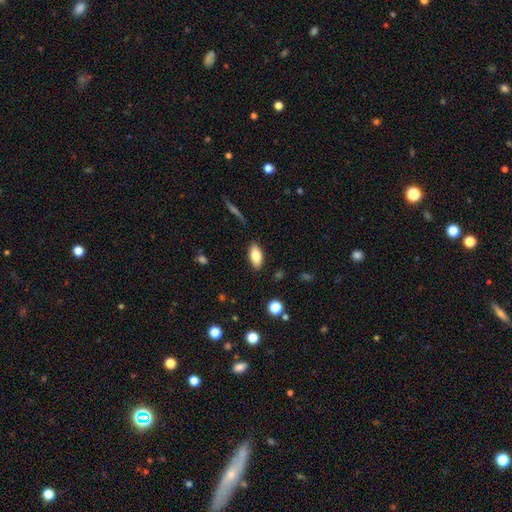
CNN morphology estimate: This appears to be a smooth galaxy with no disk features (82%) that is in between round and cigar-shaped (89%). Merging: none (86%).